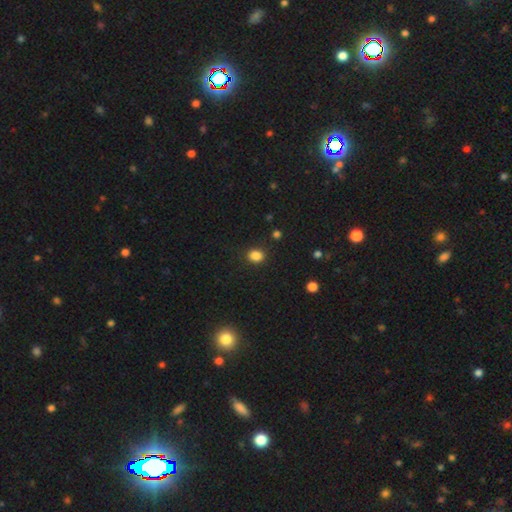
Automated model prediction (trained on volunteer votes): Q: Smooth or featured?
A: smooth (85%); runner-up: star or artifact (12%)
Q: How rounded?
A: round (54%); runner-up: in between (45%)
Q: Merging?
A: none (86%); runner-up: minor disturbance (10%)